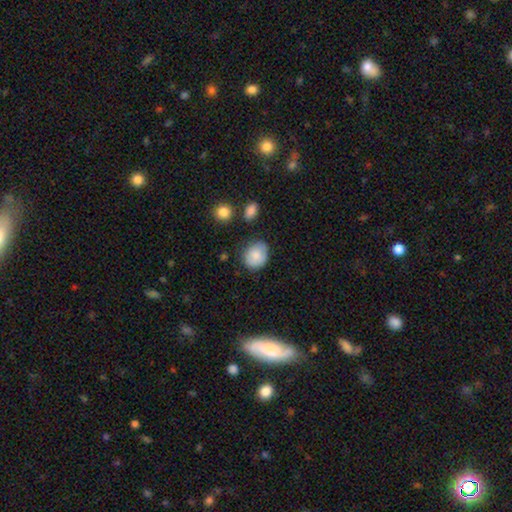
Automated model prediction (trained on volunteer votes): Q: Smooth or featured?
A: smooth (82%); runner-up: featured or disk (11%)
Q: How rounded?
A: round (60%); runner-up: in between (40%)
Q: Merging?
A: none (73%); runner-up: minor disturbance (20%)